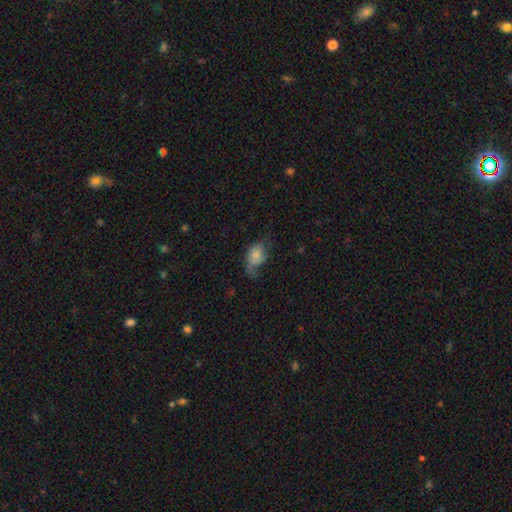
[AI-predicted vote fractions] smooth_or_featured: smooth (p=0.60) [alt: featured or disk p=0.30]
how_rounded: in between (p=0.83) [alt: round p=0.15]
merging: none (p=0.35) [alt: major disturbance p=0.33]